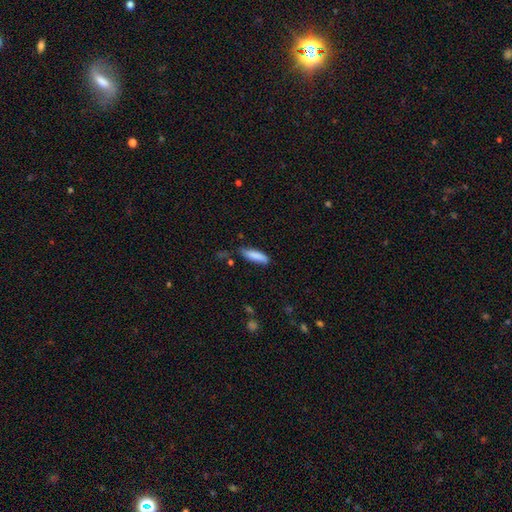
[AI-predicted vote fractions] The model was most divided on "how rounded": cigar-shaped: 59%, in between: 39%, round: 2%. More confident: smooth or featured — smooth (85%); merging — none (65%).